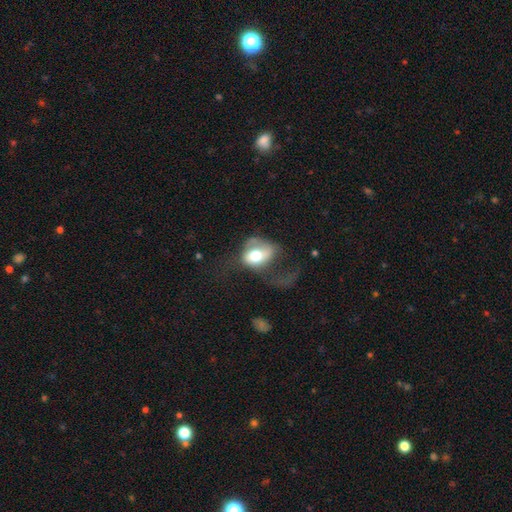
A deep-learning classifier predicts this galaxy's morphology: smooth 57%, featured or disk 35%, star or artifact 8%. Down the decision tree: how rounded — in between (59%); merging — major disturbance (61%).